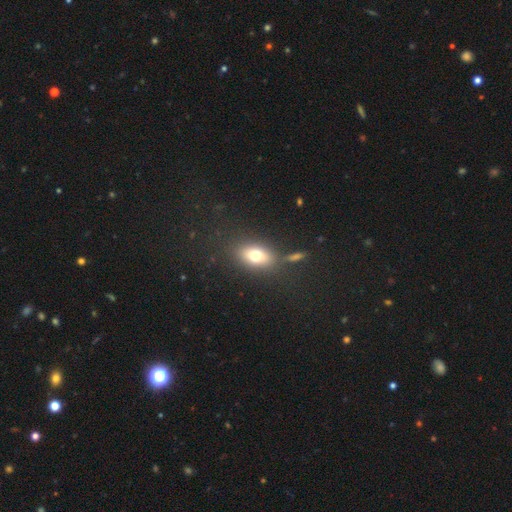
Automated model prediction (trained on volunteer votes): Q: Smooth or featured?
A: smooth (71%); runner-up: featured or disk (17%)
Q: How rounded?
A: in between (78%); runner-up: round (16%)
Q: Merging?
A: none (76%); runner-up: minor disturbance (11%)